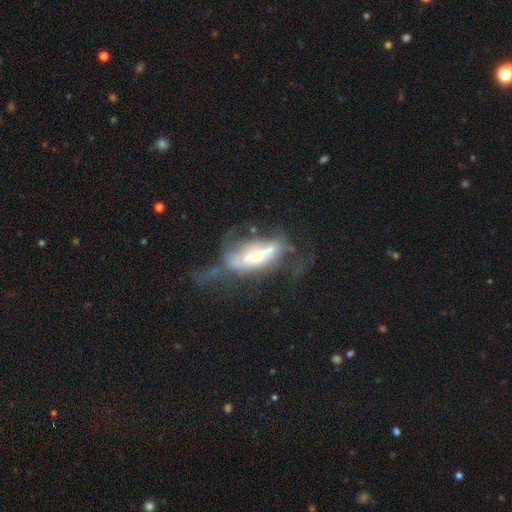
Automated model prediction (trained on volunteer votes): Smooth or featured? featured or disk (59%)
Edge-on disk? no (72%)
Merging? major disturbance (46%)